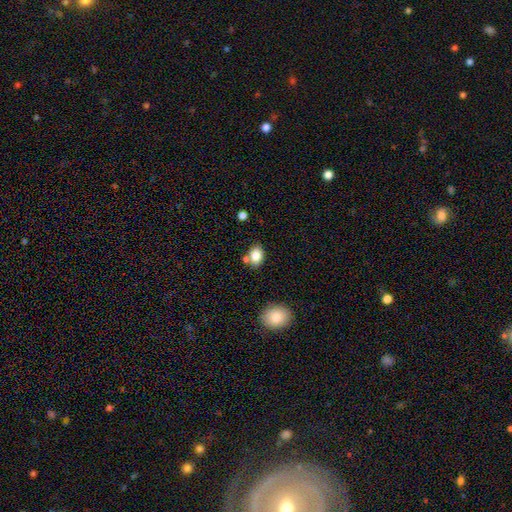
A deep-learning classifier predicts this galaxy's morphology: Smooth or featured? smooth (83%)
How rounded? in between (70%)
Merging? none (72%)